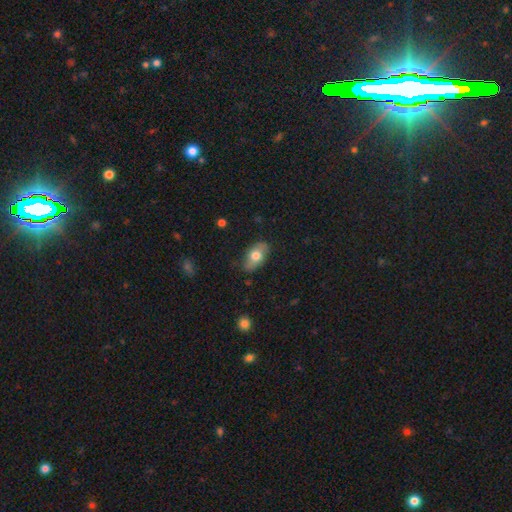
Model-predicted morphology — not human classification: type=smooth (69%); roundness=in between (90%); merging=none (77%).